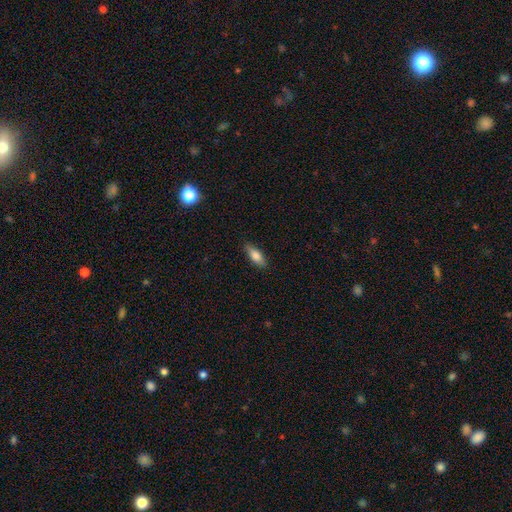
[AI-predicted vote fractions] smooth-or-featured: smooth: 78% | featured or disk: 16% | star or artifact: 7%
  how-rounded: in between: 71% | cigar-shaped: 26% | round: 3%
  merging: none: 86% | minor disturbance: 11% | major disturbance: 2% | merger: 1%